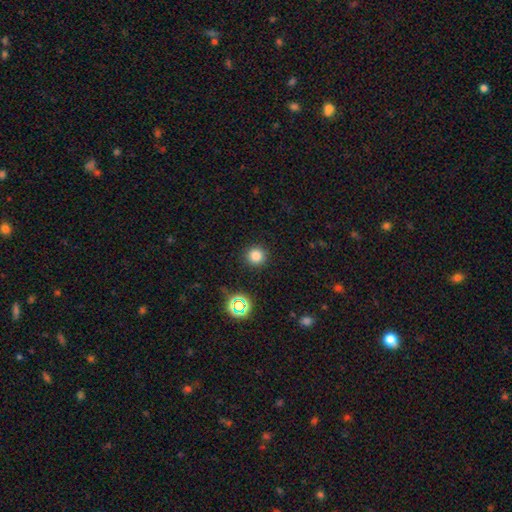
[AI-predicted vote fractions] Overall: smooth (79%). How rounded: round (94%). Merging: none (90%).